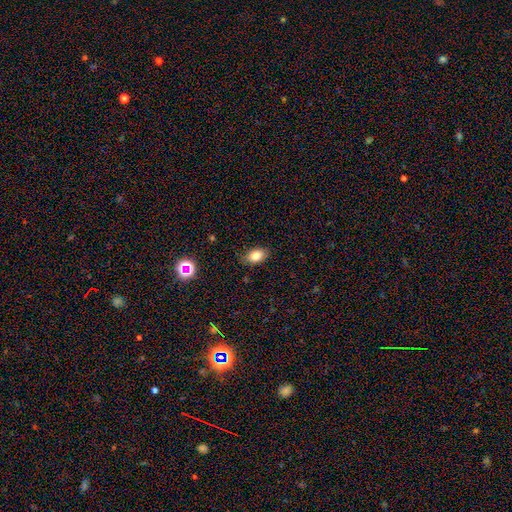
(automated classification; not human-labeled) smooth-or-featured: smooth: 80% | star or artifact: 10% | featured or disk: 10%
  how-rounded: in between: 86% | round: 12% | cigar-shaped: 2%
  merging: none: 84% | minor disturbance: 12% | major disturbance: 2% | merger: 1%